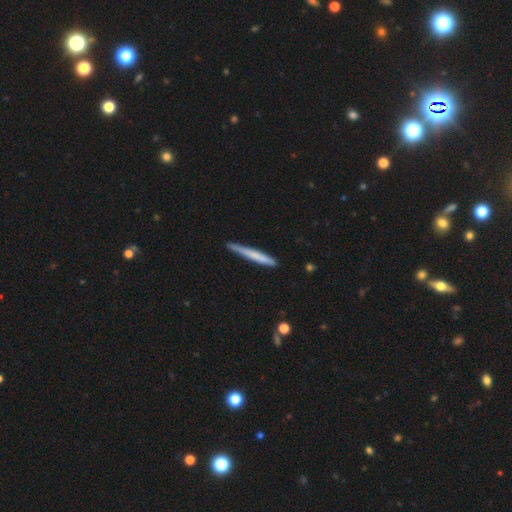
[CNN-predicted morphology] Overall: smooth (62%; featured or disk 32%). How rounded: cigar-shaped (97%). Merging: none (82%).